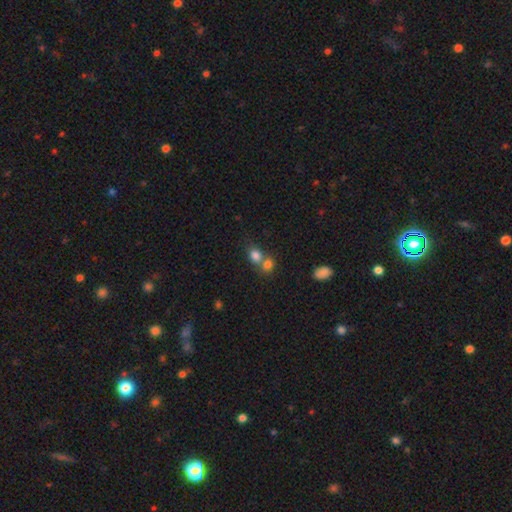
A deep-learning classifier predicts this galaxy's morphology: The model was most divided on "merging": merger: 58%, none: 33%, minor disturbance: 6%, major disturbance: 3%. More confident: smooth or featured — smooth (79%); how rounded — round (64%).